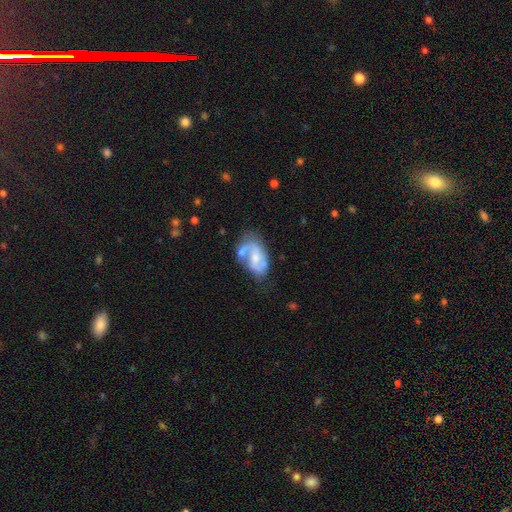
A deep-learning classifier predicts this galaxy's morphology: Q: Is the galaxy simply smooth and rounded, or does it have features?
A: featured or disk — 69%.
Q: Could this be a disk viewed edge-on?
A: no — 96%.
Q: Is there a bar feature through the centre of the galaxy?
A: no — 52%.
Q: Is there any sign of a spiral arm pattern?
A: yes — 77%.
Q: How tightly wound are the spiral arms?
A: medium — 44%.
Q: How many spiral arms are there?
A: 2 — 63%.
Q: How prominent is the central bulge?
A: moderate — 48%.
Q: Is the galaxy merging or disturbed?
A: none — 38%.